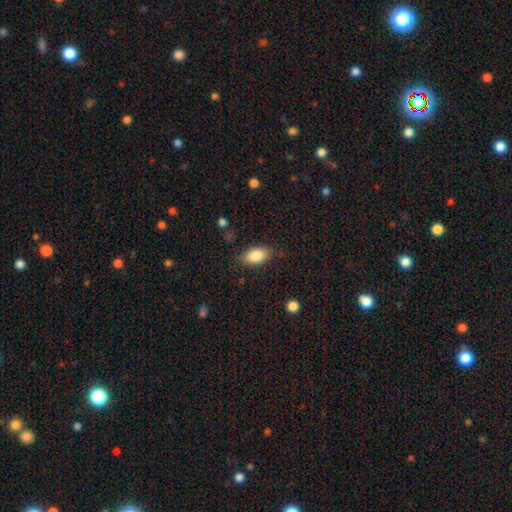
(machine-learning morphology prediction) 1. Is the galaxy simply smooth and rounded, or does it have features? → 86% smooth, 7% featured or disk, 7% star or artifact.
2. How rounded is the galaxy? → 92% in between, 4% round, 4% cigar-shaped.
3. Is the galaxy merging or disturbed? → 82% none, 14% minor disturbance, 3% major disturbance, 1% merger.